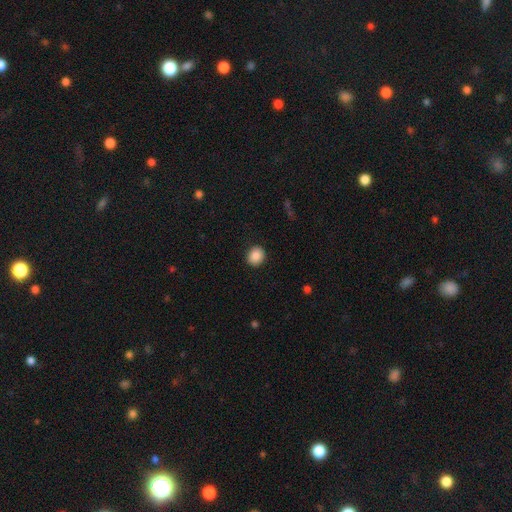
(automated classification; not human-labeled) smooth-or-featured: smooth: 87% | star or artifact: 9% | featured or disk: 5%
  how-rounded: round: 76% | in between: 23% | cigar-shaped: 1%
  merging: none: 89% | minor disturbance: 8% | major disturbance: 2% | merger: 1%